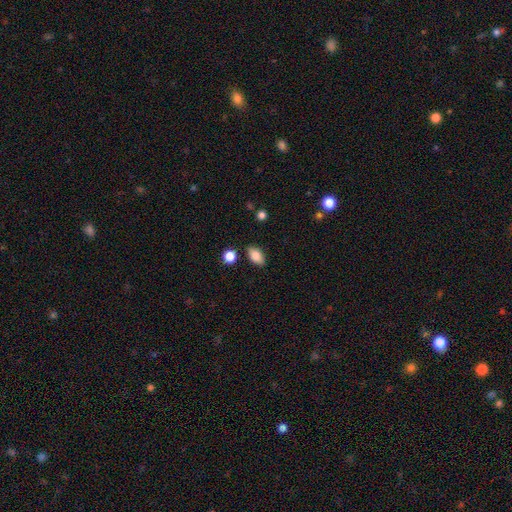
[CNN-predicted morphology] A smooth galaxy with no disk features (83%) that is in between round and cigar-shaped (89%). Merging: none (84%).